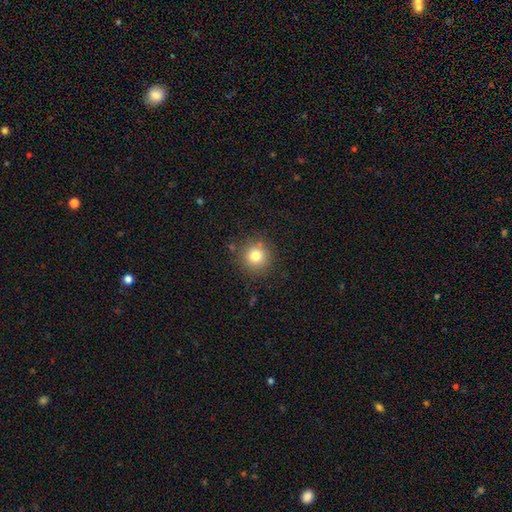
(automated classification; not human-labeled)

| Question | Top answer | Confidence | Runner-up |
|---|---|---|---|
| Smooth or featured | smooth | 79% | star or artifact (13%) |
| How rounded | round | 93% | in between (6%) |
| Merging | none | 86% | minor disturbance (9%) |